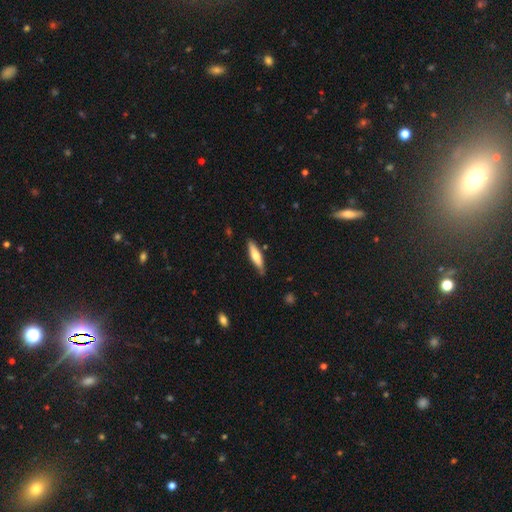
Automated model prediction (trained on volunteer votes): smooth_or_featured: smooth (p=0.60) [alt: featured or disk p=0.35]
how_rounded: cigar-shaped (p=0.75) [alt: in between p=0.24]
merging: none (p=0.83) [alt: minor disturbance p=0.13]